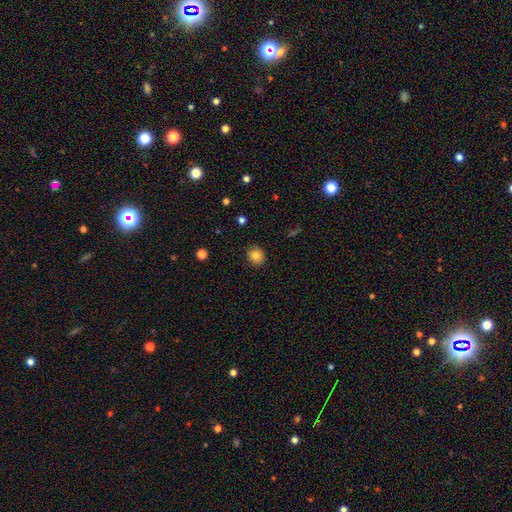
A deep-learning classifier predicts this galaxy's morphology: A smooth galaxy with no disk features (83%) that is round (71%). Merging: none (87%).